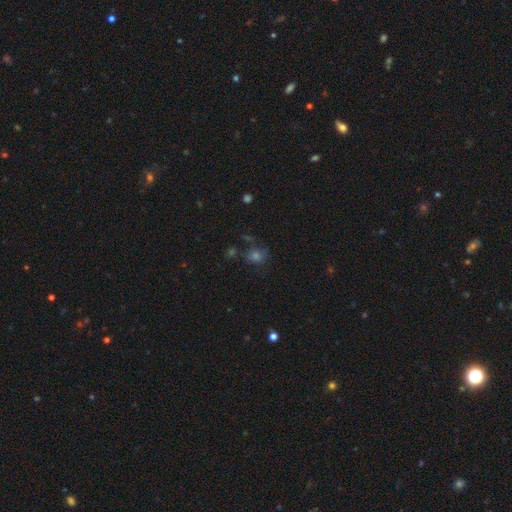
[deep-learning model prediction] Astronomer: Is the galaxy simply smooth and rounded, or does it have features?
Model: smooth — 54% (runner-up: star or artifact, 33%).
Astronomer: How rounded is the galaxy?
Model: round — 66%.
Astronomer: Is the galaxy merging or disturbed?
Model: none — 65%.